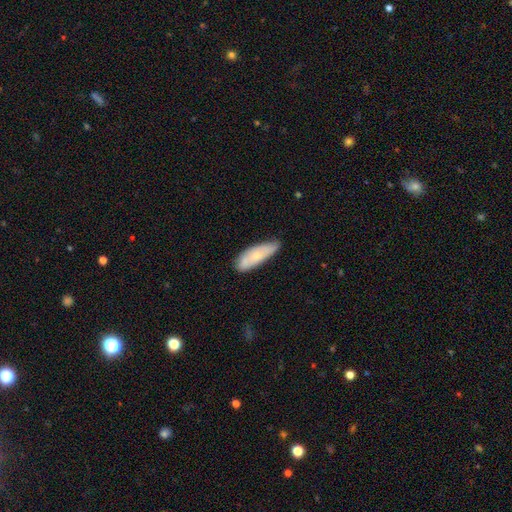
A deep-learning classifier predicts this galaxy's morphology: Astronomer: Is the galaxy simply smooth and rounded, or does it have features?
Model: smooth — 67%.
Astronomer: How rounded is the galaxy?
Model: in between — 57% (runner-up: cigar-shaped, 41%).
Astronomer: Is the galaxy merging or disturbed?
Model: none — 63%.